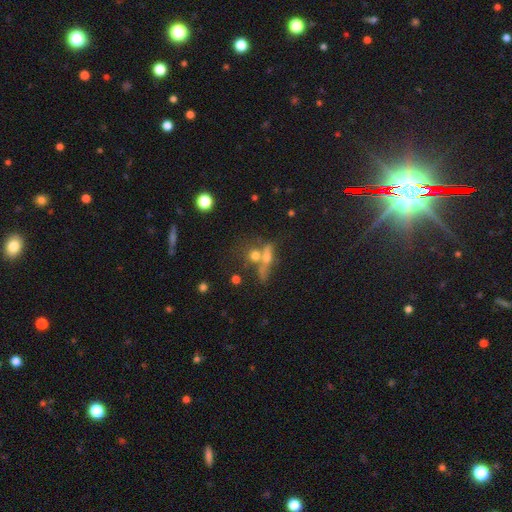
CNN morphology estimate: A featured or disk galaxy (43%).

Vote fractions:
- Smooth or featured? featured or disk: 43% / smooth: 37% / star or artifact: 19%
- Merging? none: 43% / merger: 41% / minor disturbance: 9% / major disturbance: 7%